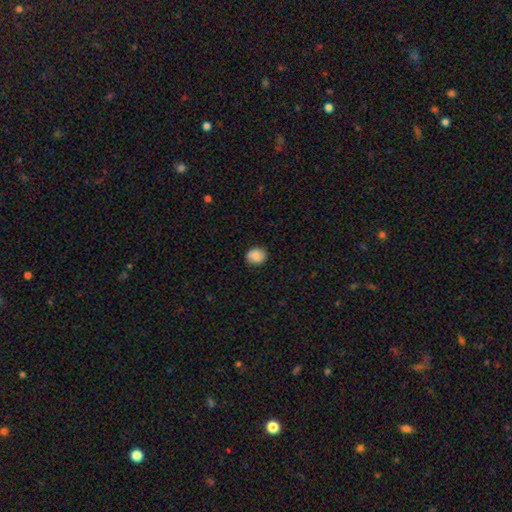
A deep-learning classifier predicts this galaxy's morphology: A smooth galaxy with no disk features (80%) that is round (62%).

Vote fractions:
- Smooth or featured? smooth: 80% / featured or disk: 12% / star or artifact: 9%
- How rounded? round: 62% / in between: 37% / cigar-shaped: 1%
- Merging? none: 82% / minor disturbance: 14% / major disturbance: 3% / merger: 1%